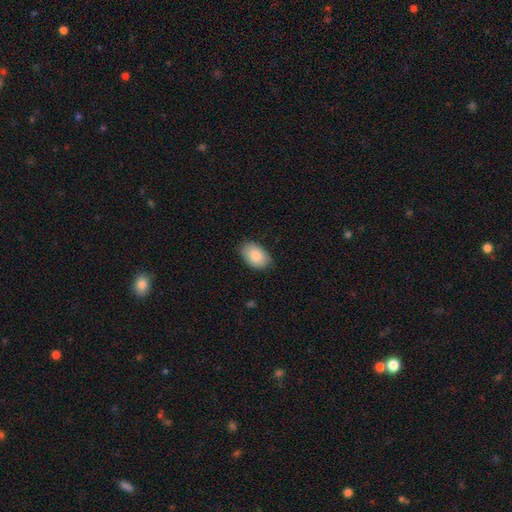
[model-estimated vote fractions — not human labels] Q: Smooth or featured?
A: smooth (86%); runner-up: featured or disk (8%)
Q: How rounded?
A: in between (91%); runner-up: round (7%)
Q: Merging?
A: none (80%); runner-up: minor disturbance (17%)